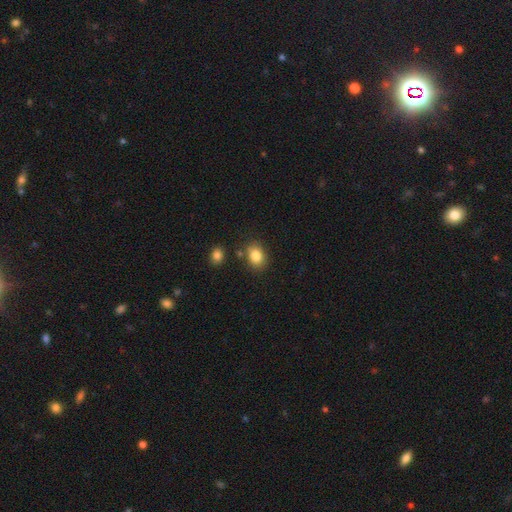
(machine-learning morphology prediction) smooth 84%, star or artifact 9%, featured or disk 7%. Down the decision tree: how rounded — in between (61%); merging — none (77%).